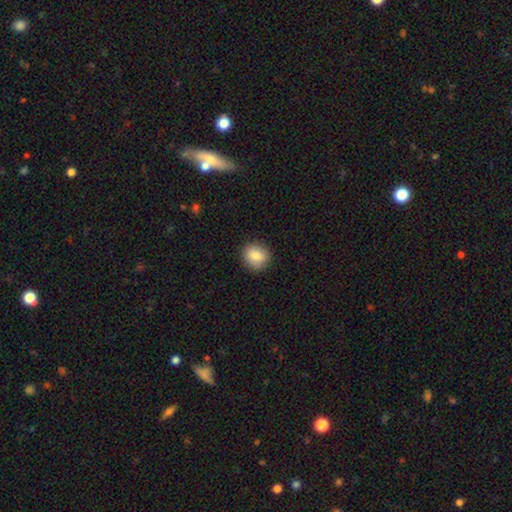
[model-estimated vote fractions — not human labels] The model was most divided on "how rounded": round: 84%, in between: 15%, cigar-shaped: 1%. More confident: merging — none (88%); smooth or featured — smooth (83%).